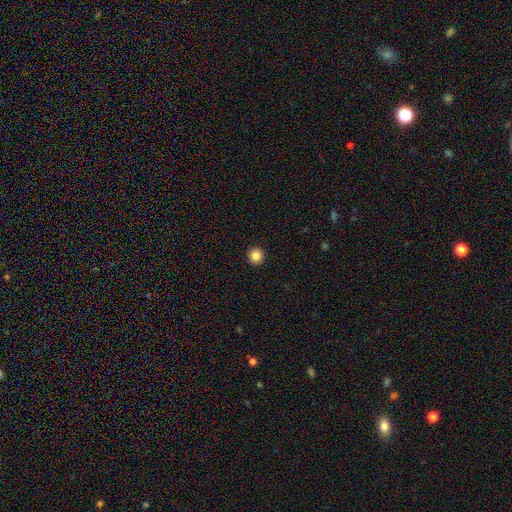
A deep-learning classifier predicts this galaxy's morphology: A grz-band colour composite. It shows a smooth galaxy with no disk features (86%) that is round (94%). Merging: none (94%).